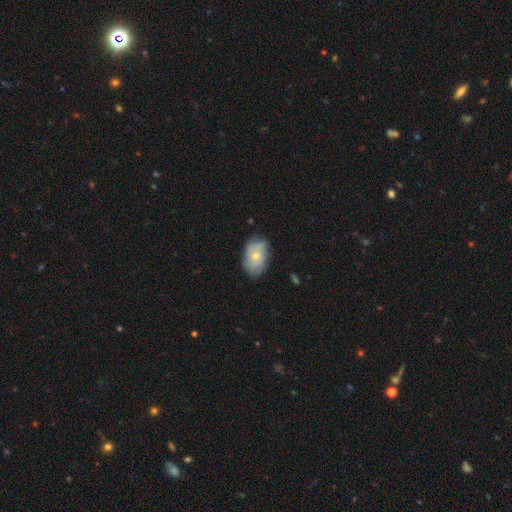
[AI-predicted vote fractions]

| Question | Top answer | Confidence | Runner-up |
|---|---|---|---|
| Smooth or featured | smooth | 55% | featured or disk (38%) |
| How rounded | in between | 85% | round (14%) |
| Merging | none | 64% | minor disturbance (27%) |